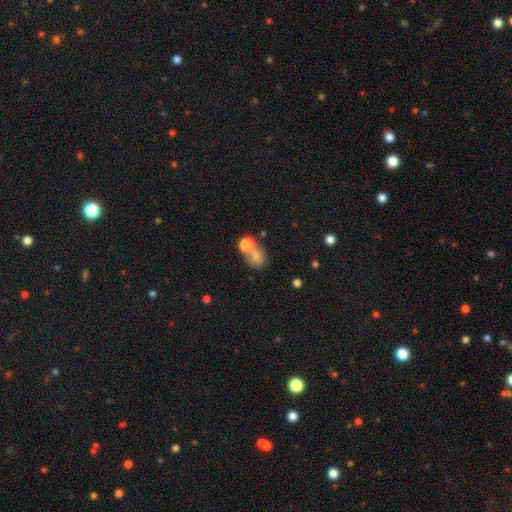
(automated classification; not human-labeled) This is likely a smooth galaxy (74%). How rounded: likely round (68%). Merging: possibly none (46%).